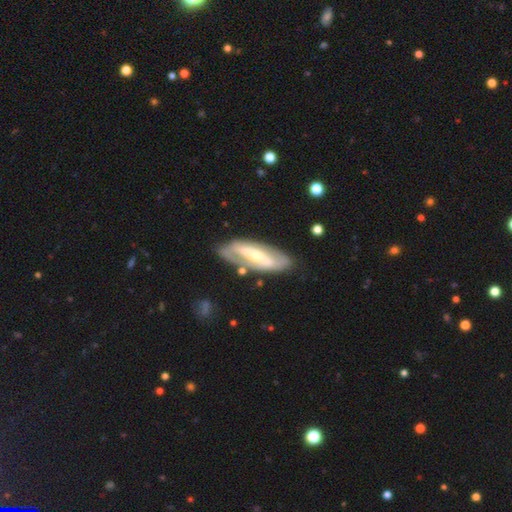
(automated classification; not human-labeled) Overall: featured or disk (72%). Edge-on disk: no (81%). Bar: strong (63%). Spiral arms: yes (62%; no 38%). Bulge size: moderate (47%; small 44%). Merging: none (75%).